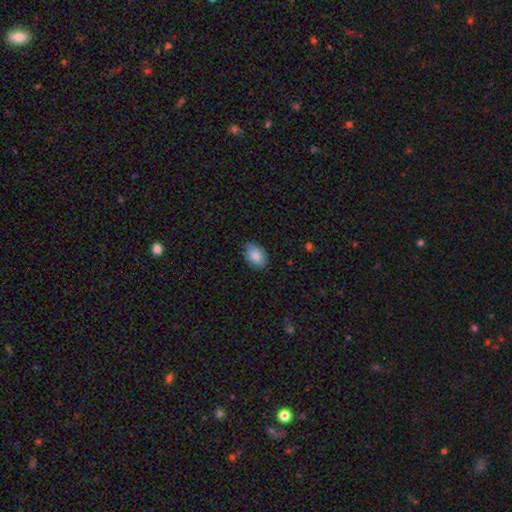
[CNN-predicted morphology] Overall: smooth (84%). How rounded: in between (85%). Merging: none (75%).